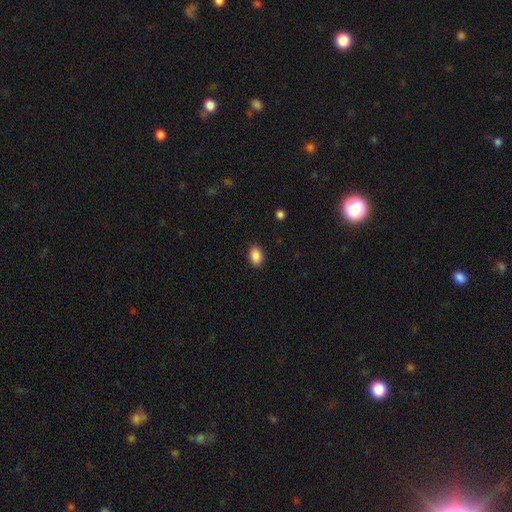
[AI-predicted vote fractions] A smooth galaxy with no disk features (88%) that is in between round and cigar-shaped (79%).

Vote fractions:
- Smooth or featured? smooth: 88% / star or artifact: 8% / featured or disk: 3%
- How rounded? in between: 79% / round: 20% / cigar-shaped: 1%
- Merging? none: 88% / minor disturbance: 8% / major disturbance: 2% / merger: 1%